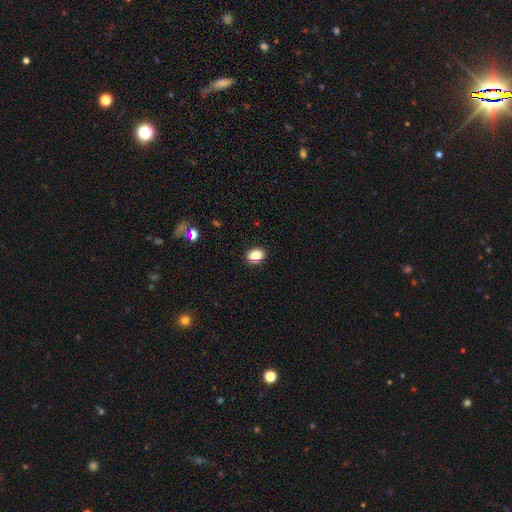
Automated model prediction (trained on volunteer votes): The model was most divided on "how rounded": in between: 73%, round: 26%, cigar-shaped: 1%. More confident: merging — none (89%); smooth or featured — smooth (86%).